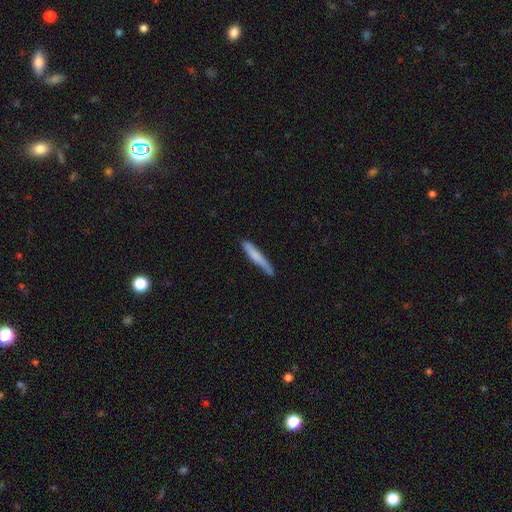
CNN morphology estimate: This is likely a smooth galaxy (72%). How rounded: clearly cigar-shaped (95%). Merging: likely none (78%).